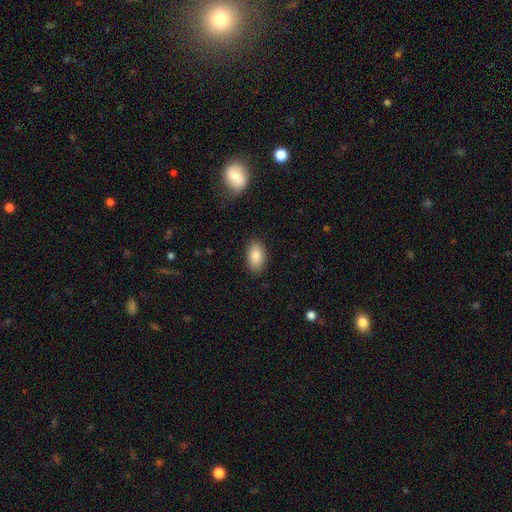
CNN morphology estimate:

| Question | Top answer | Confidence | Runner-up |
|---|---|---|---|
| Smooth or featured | smooth | 85% | featured or disk (8%) |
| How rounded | in between | 93% | round (4%) |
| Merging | none | 87% | minor disturbance (10%) |